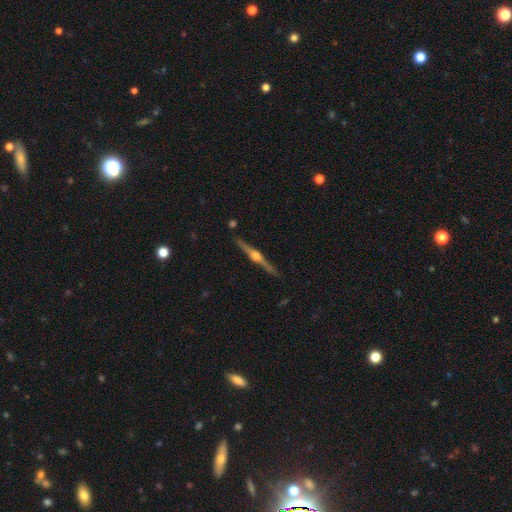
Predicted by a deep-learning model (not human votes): Smooth or featured? Predicted: featured or disk (p=0.85). Edge-on disk? Predicted: yes (p=0.99). Edge-on bulge? Predicted: rounded (p=0.95). Merging? Predicted: none (p=0.89).